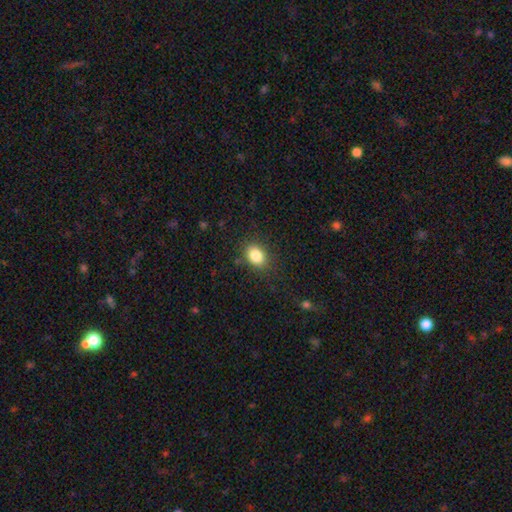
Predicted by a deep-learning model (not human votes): Smooth or featured? Predicted: smooth (p=0.84). How rounded? Predicted: in between (p=0.63). Merging? Predicted: none (p=0.84).